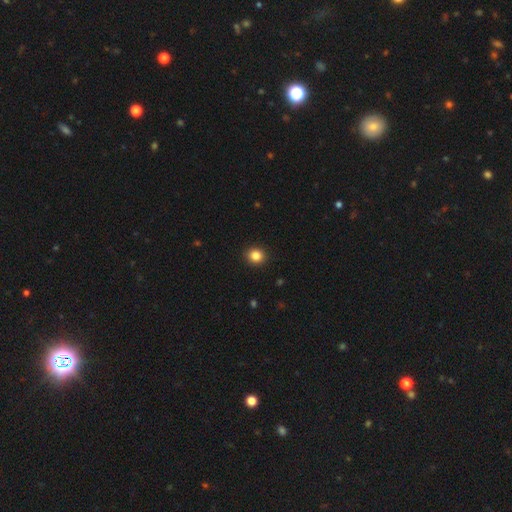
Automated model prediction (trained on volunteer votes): Overall: smooth (84%). How rounded: round (85%). Merging: none (92%).